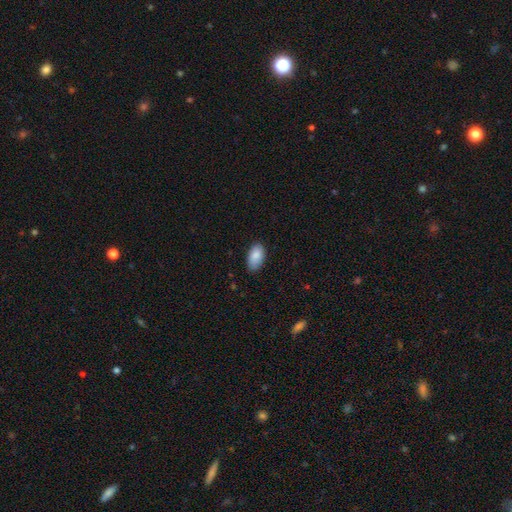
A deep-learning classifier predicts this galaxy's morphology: smooth 87%, star or artifact 6%, featured or disk 6%. Down the decision tree: how rounded — in between (94%); merging — none (80%).